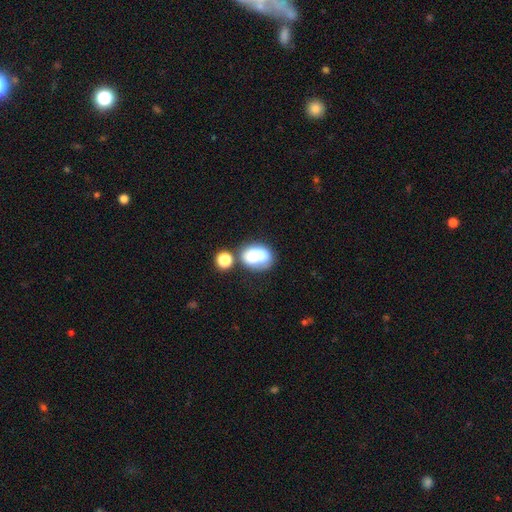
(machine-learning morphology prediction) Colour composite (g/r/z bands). It shows a smooth galaxy with no disk features (74%) that is in between round and cigar-shaped (79%). Merging: none (42%).